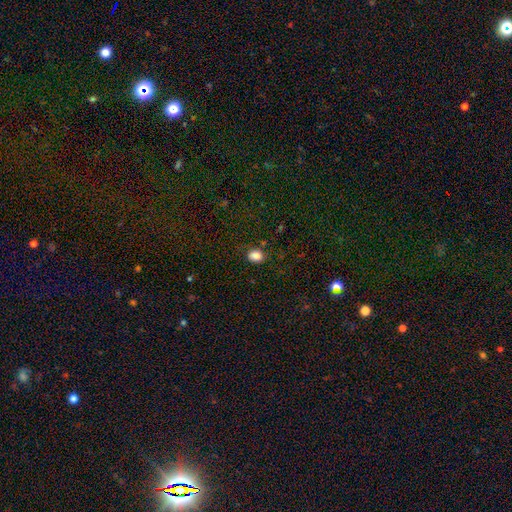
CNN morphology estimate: smooth 85%, star or artifact 10%, featured or disk 5%. Down the decision tree: how rounded — in between (56%); merging — none (80%).